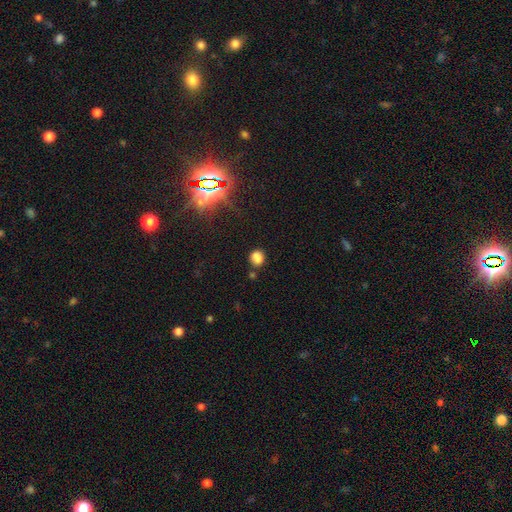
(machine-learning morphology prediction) Smooth or featured? Predicted: smooth (p=0.74). How rounded? Predicted: round (p=0.73). Merging? Predicted: none (p=0.65).